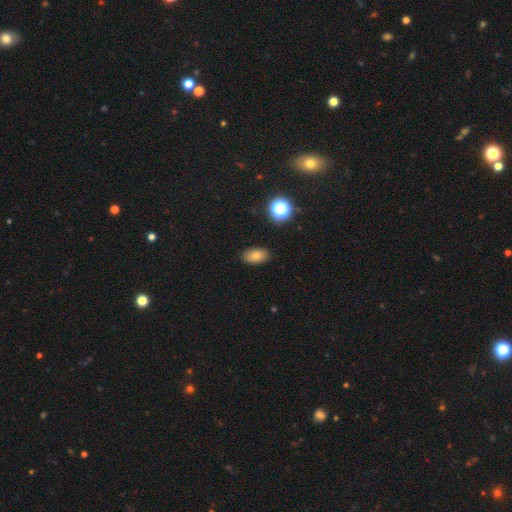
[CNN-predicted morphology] This is likely a smooth galaxy (78%). How rounded: clearly in between (89%). Merging: clearly none (88%).